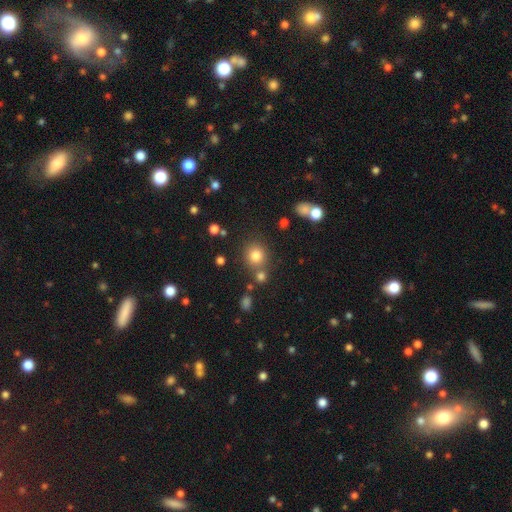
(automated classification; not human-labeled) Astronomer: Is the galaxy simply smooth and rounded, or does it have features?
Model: smooth — 79%.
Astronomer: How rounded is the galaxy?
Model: round — 87%.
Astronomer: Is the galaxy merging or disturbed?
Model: none — 72%.